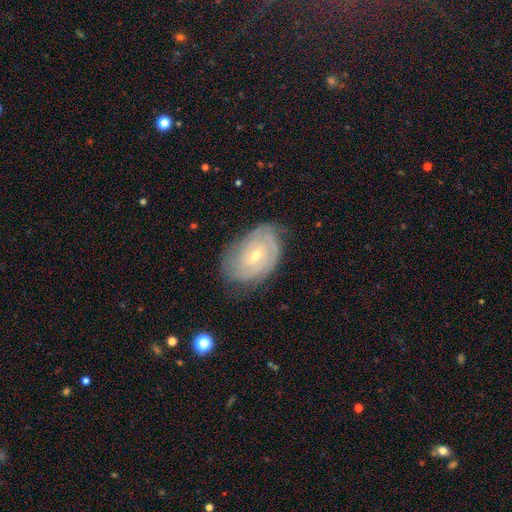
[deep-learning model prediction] This is clearly a featured or disk galaxy (81%). It is clearly not viewed edge-on (96%). Bar: possibly no (53%). Spiral arm pattern: clearly yes (93%). Spiral arm count: marginally can't tell (37%). Spiral winding: likely tight (75%). Central bulge: likely small (62%). Merging: likely none (74%).